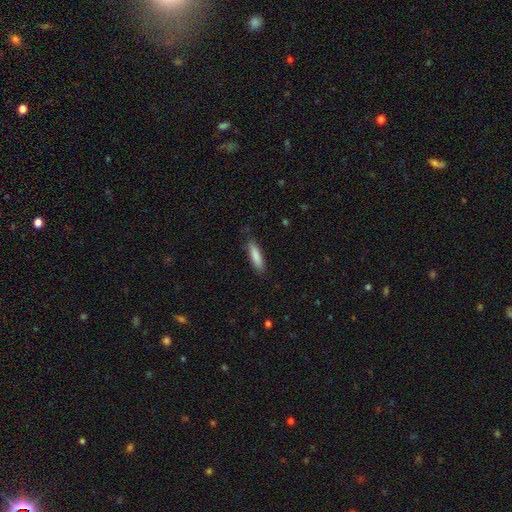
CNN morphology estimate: This appears to be a smooth galaxy with no disk features (85%) that is cigar-shaped (72%). Merging: none (85%).